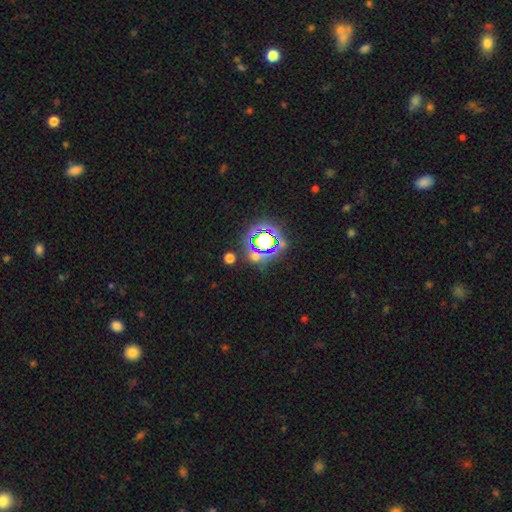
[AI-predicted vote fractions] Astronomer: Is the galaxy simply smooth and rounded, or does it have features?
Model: star or artifact — 56% (runner-up: smooth, 32%).